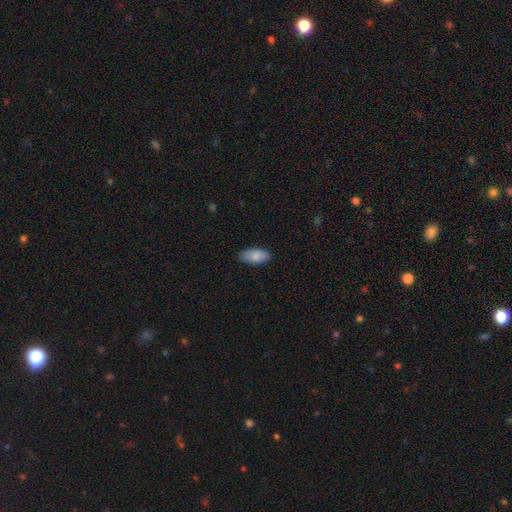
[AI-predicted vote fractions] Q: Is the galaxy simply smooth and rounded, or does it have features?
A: smooth — 86%.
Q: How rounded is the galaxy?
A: in between — 92%.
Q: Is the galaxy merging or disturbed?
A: none — 86%.